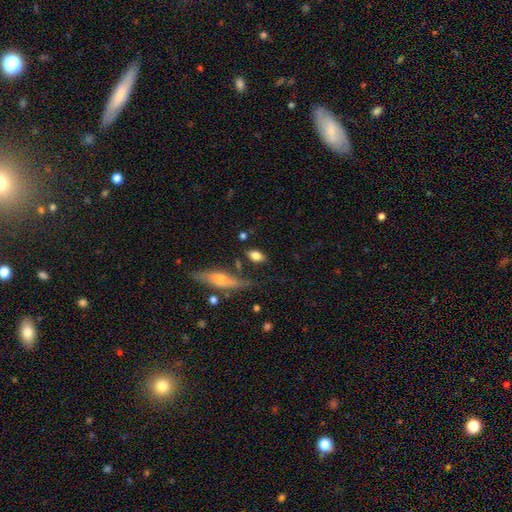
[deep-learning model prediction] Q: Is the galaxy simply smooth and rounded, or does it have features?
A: smooth — 76%.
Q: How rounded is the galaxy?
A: in between — 83%.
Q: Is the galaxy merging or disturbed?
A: none — 73%.